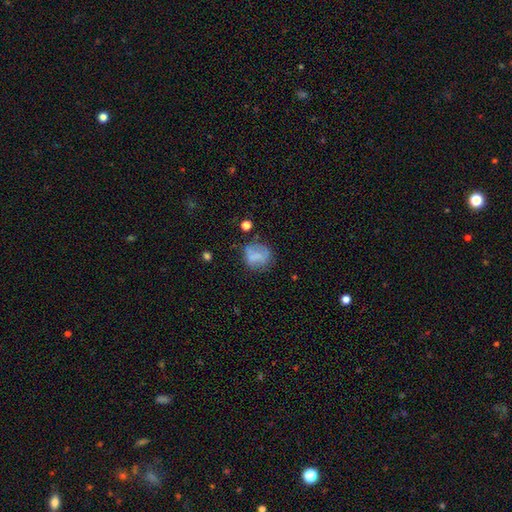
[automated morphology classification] smooth 62%, featured or disk 26%, star or artifact 12%. Down the decision tree: how rounded — round (72%); merging — none (55%).